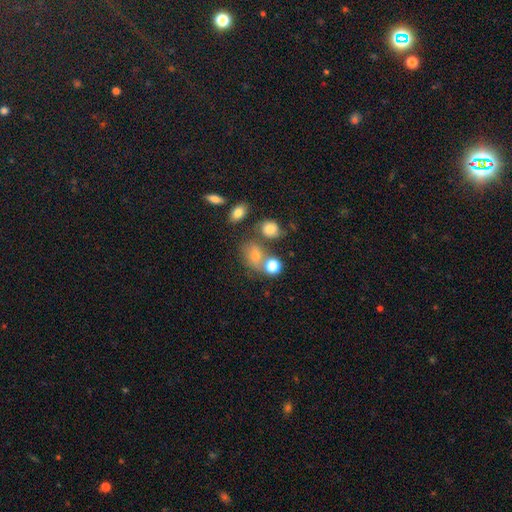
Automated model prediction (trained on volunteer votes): smooth 69%, star or artifact 16%, featured or disk 15%. Down the decision tree: how rounded — in between (52%); merging — none (50%).